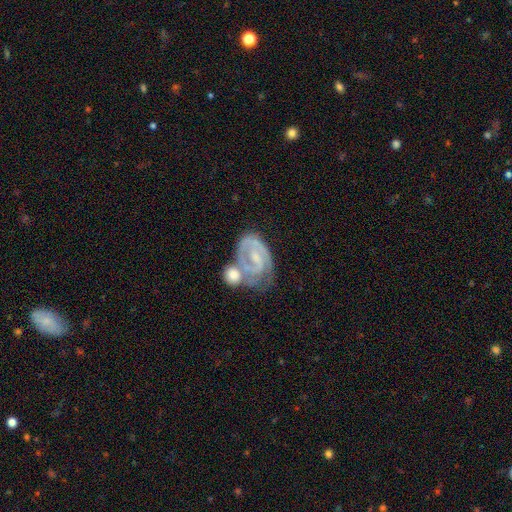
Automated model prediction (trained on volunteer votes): Smooth or featured? Predicted: featured or disk (p=0.79). Edge-on disk? Predicted: no (p=0.97). Bar? Predicted: weak (p=0.45). Spiral arms? Predicted: yes (p=0.87). Spiral winding? Predicted: tight (p=0.57). Spiral arm count? Predicted: 2 (p=0.51). Bulge size? Predicted: small (p=0.57). Merging? Predicted: merger (p=0.41).